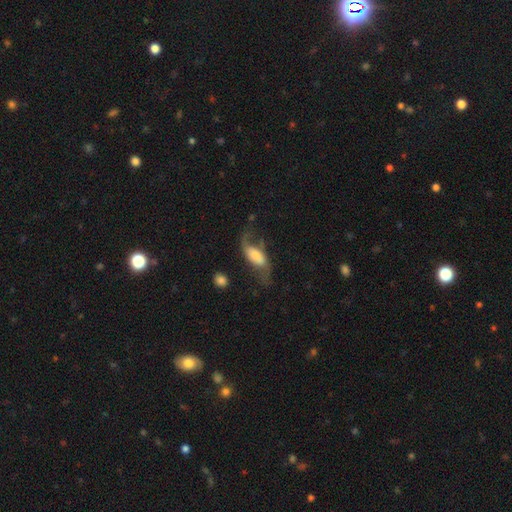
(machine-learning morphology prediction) A featured or disk galaxy (56%).

Vote fractions:
- Smooth or featured? featured or disk: 56% / smooth: 37% / star or artifact: 7%
- Edge-on disk? no: 88% / yes: 12%
- Merging? none: 45% / major disturbance: 29% / minor disturbance: 22% / merger: 4%